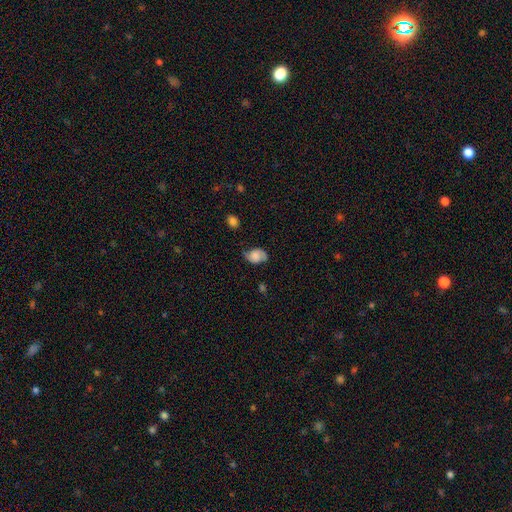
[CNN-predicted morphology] type=smooth (46%); merging=none (62%).